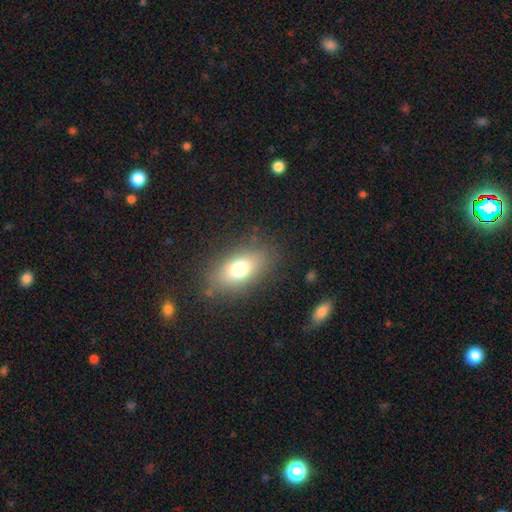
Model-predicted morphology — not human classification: The model was most divided on "smooth or featured": smooth: 69%, featured or disk: 17%, star or artifact: 13%. More confident: how rounded — in between (84%); merging — none (84%).